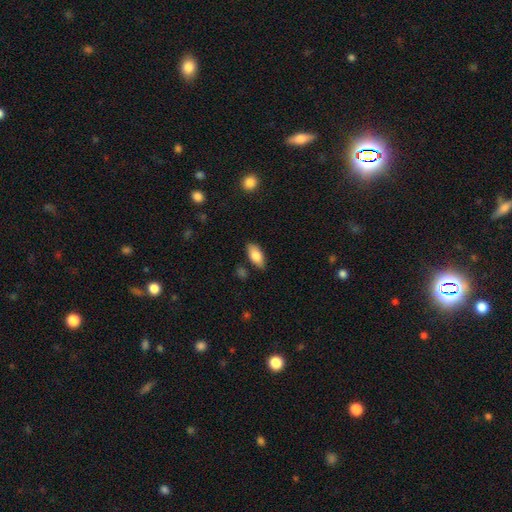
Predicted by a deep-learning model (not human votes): Morphology: type=smooth (81%); roundness=in between (89%); merging=none (83%).